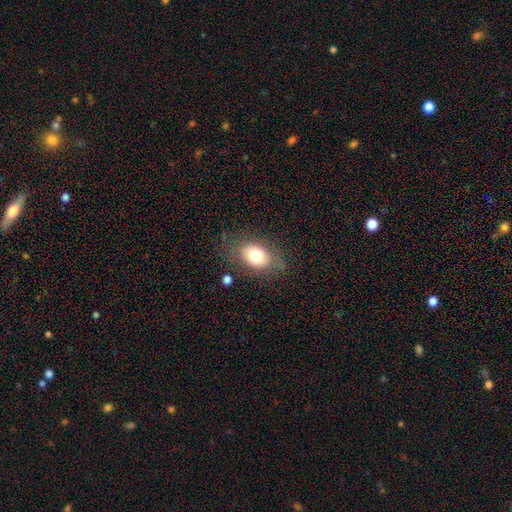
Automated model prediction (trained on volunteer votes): smooth 74%, featured or disk 17%, star or artifact 9%. Down the decision tree: how rounded — in between (78%); merging — none (73%).